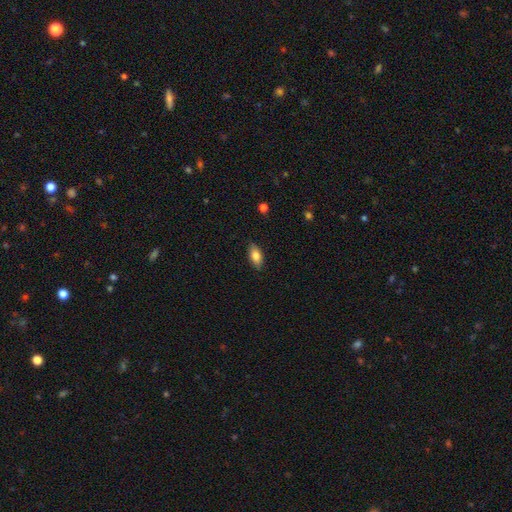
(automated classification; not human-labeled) This is clearly a smooth galaxy (81%). How rounded: clearly in between (87%). Merging: clearly none (85%).